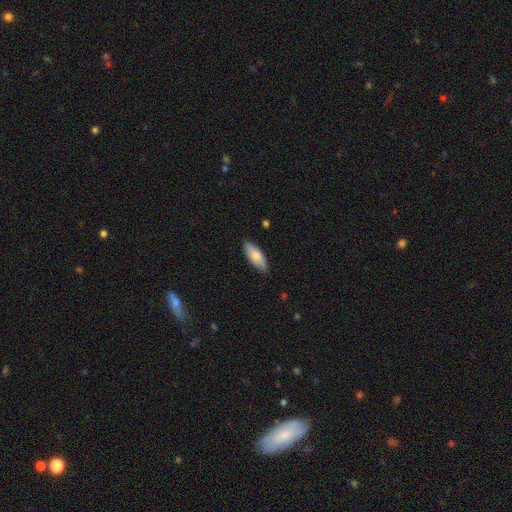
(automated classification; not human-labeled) Smooth or featured: smooth — 73% (featured or disk — 21%)
How rounded: in between — 77% (cigar-shaped — 21%)
Merging: none — 85% (minor disturbance — 12%)